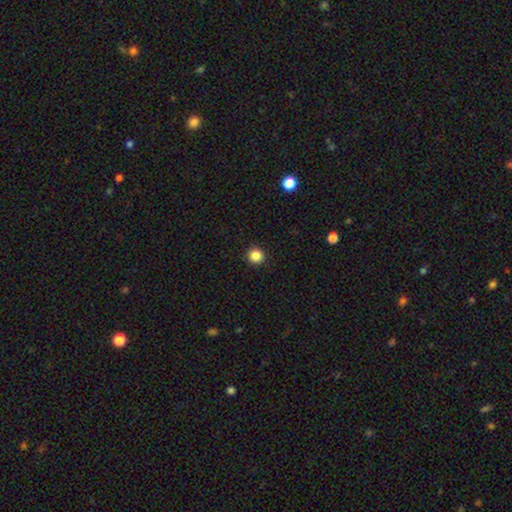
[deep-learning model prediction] smooth_or_featured: smooth (p=0.86) [alt: star or artifact p=0.11]
how_rounded: round (p=0.95) [alt: in between p=0.04]
merging: none (p=0.93) [alt: minor disturbance p=0.05]